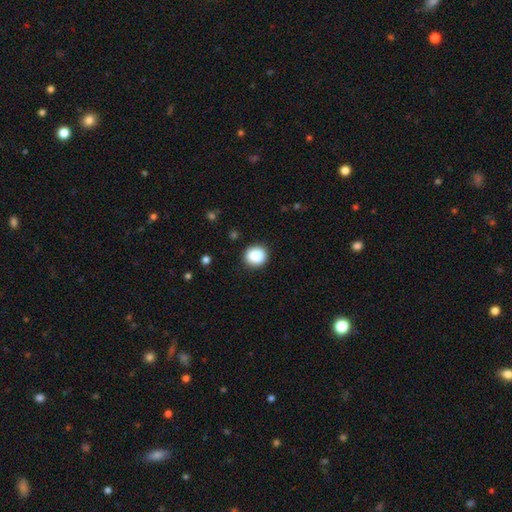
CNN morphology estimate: type=smooth (88%); roundness=round (89%); merging=none (91%).